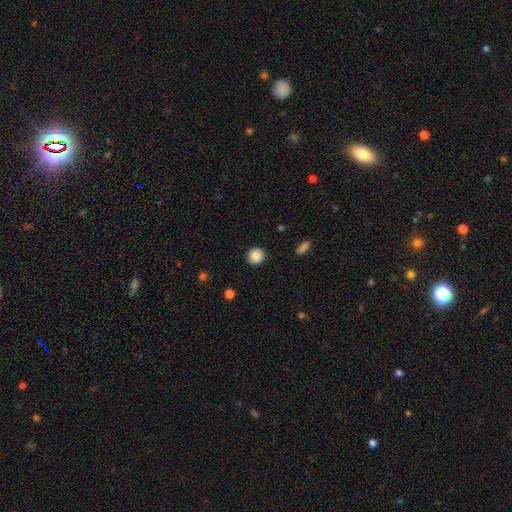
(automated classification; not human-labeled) This is clearly a smooth galaxy (88%). How rounded: clearly round (90%). Merging: clearly none (91%).